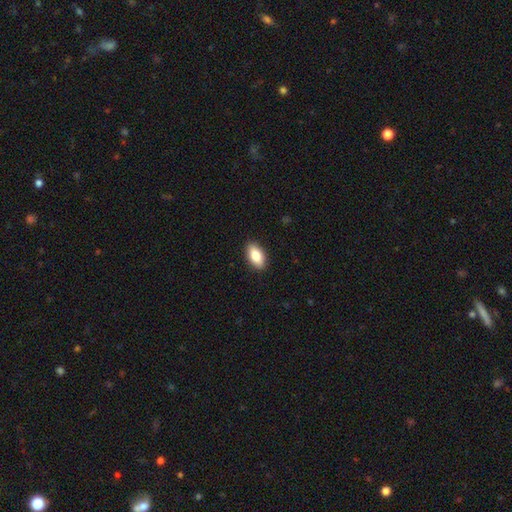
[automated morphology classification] The model was most divided on "smooth or featured": smooth: 83%, featured or disk: 10%, star or artifact: 7%. More confident: how rounded — in between (91%); merging — none (90%).